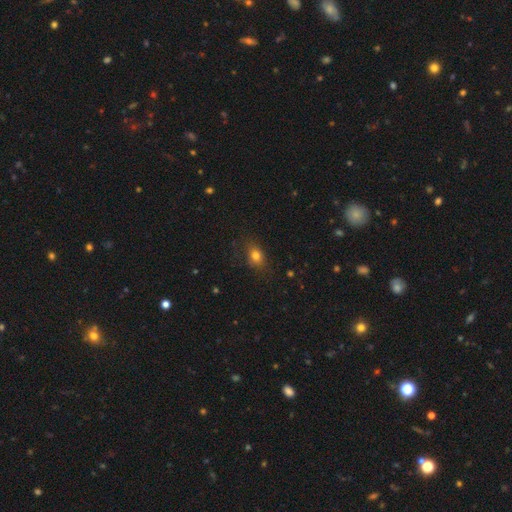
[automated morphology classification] smooth_or_featured: smooth (p=0.77) [alt: star or artifact p=0.14]
how_rounded: in between (p=0.56) [alt: round p=0.42]
merging: none (p=0.76) [alt: minor disturbance p=0.17]